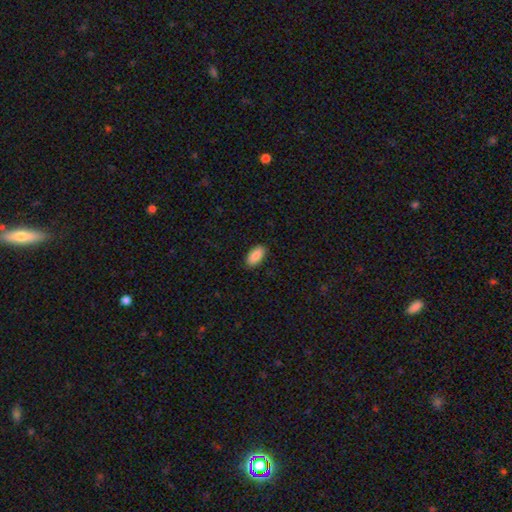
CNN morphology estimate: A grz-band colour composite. It shows a smooth galaxy with no disk features (88%) that is in between round and cigar-shaped (93%). Merging: none (88%).